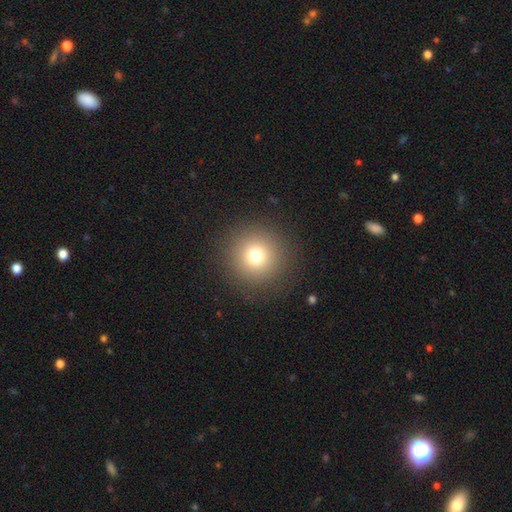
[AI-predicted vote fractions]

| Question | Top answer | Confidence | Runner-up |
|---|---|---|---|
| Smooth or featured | smooth | 75% | star or artifact (15%) |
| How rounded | round | 96% | in between (3%) |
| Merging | none | 90% | minor disturbance (6%) |